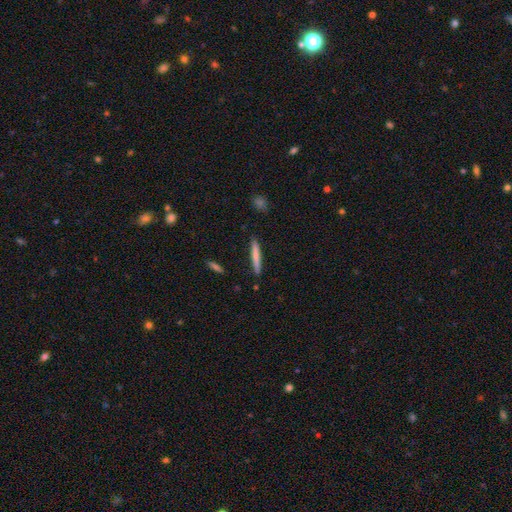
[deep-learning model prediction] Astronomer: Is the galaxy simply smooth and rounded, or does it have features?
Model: smooth — 72%.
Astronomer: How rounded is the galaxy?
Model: cigar-shaped — 95%.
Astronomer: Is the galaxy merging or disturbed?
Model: none — 89%.